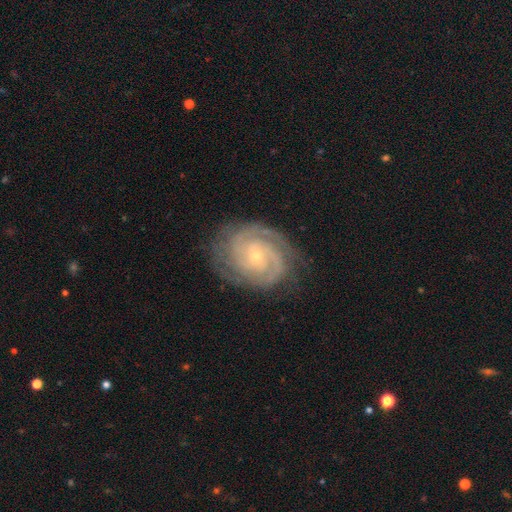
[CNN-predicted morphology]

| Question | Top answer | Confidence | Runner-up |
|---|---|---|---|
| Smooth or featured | featured or disk | 90% | smooth (6%) |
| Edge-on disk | no | 98% | yes (2%) |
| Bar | no | 71% | weak (23%) |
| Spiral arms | yes | 98% | no (2%) |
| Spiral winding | tight | 73% | medium (24%) |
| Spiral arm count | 2 | 34% | 3 (29%) |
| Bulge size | small | 78% | moderate (19%) |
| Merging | none | 78% | minor disturbance (15%) |